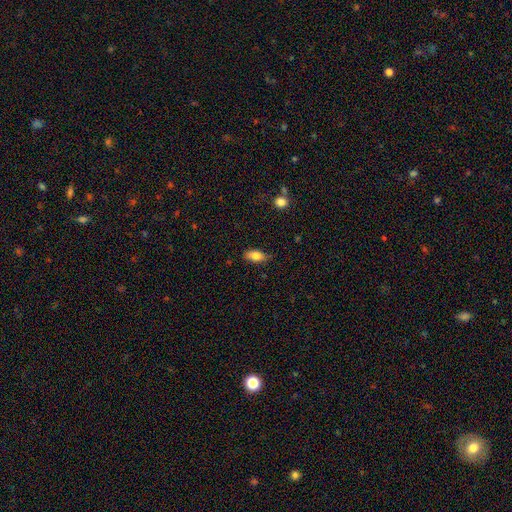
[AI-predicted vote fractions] This appears to be a smooth galaxy with no disk features (81%) that is in between round and cigar-shaped (86%). Merging: none (79%).